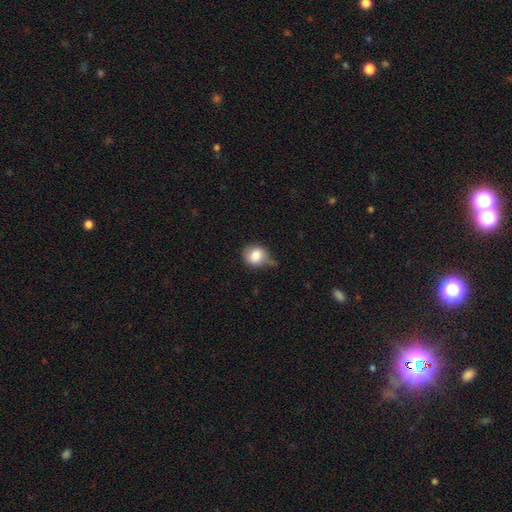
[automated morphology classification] smooth 81%, featured or disk 11%, star or artifact 9%. Down the decision tree: how rounded — round (74%); merging — minor disturbance (40%, tied with none).